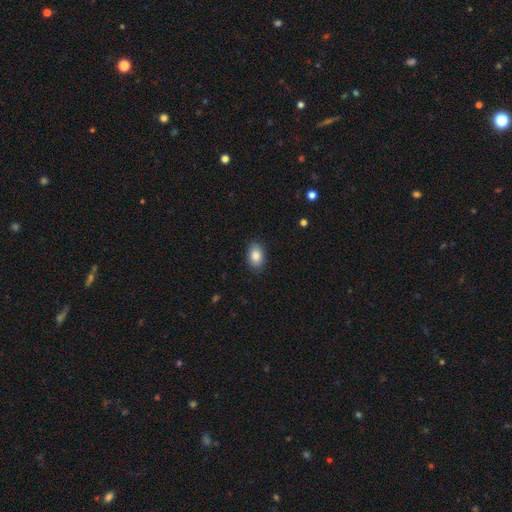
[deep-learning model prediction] Morphology: type=smooth (85%); roundness=in between (88%); merging=none (87%).